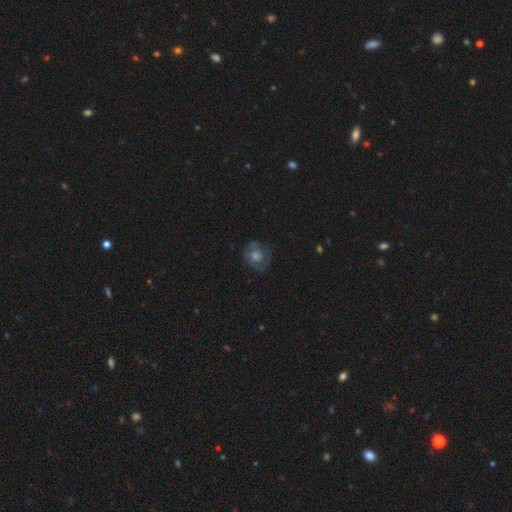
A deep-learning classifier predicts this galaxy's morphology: smooth_or_featured: featured or disk (p=0.54) [alt: smooth p=0.33]
disk_edge_on: no (p=0.96) [alt: yes p=0.04]
bar: no (p=0.77) [alt: weak p=0.19]
has_spiral_arms: yes (p=0.67) [alt: no p=0.33]
bulge_size: moderate (p=0.59) [alt: small p=0.20]
merging: none (p=0.78) [alt: minor disturbance p=0.15]